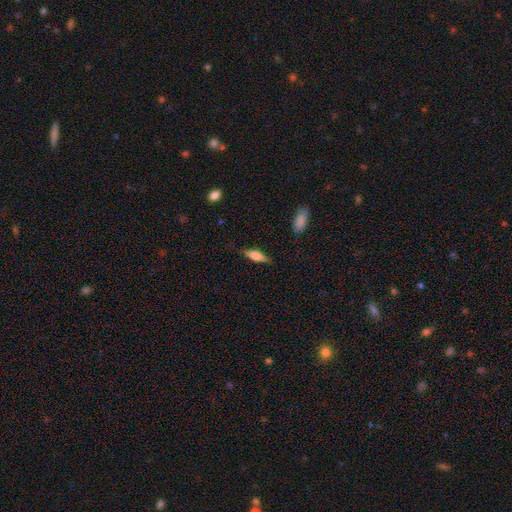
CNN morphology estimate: A smooth galaxy with no disk features (62%) that is cigar-shaped (50%).

Vote fractions:
- Smooth or featured? smooth: 62% / featured or disk: 31% / star or artifact: 7%
- How rounded? cigar-shaped: 50% / in between: 48% / round: 2%
- Merging? none: 81% / minor disturbance: 14% / major disturbance: 3% / merger: 1%